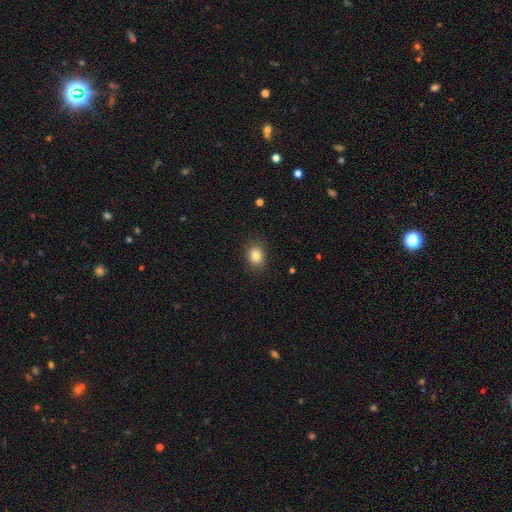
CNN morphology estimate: Smooth or featured?
  - smooth: 84% *
  - star or artifact: 10%
  - featured or disk: 6%
How rounded?
  - in between: 55% *
  - round: 44%
  - cigar-shaped: 1%
Merging?
  - none: 86% *
  - minor disturbance: 10%
  - major disturbance: 3%
  - merger: 1%